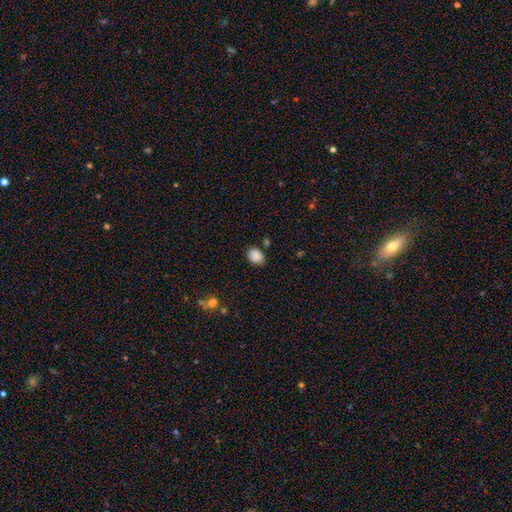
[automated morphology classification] smooth-or-featured: smooth: 87% | star or artifact: 9% | featured or disk: 5%
  how-rounded: in between: 64% | round: 35% | cigar-shaped: 1%
  merging: none: 73% | minor disturbance: 19% | merger: 5% | major disturbance: 4%